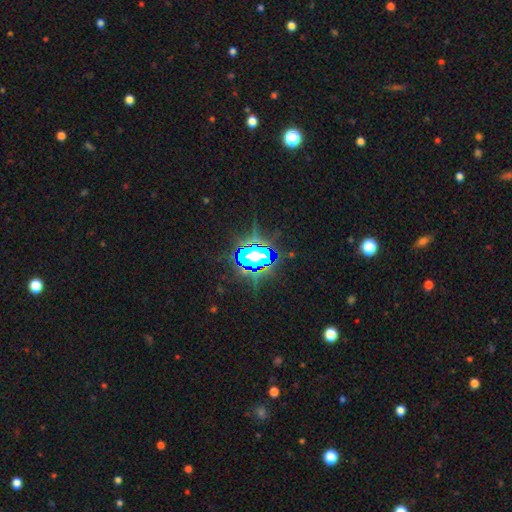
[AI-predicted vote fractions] Overall: star or artifact (68%).